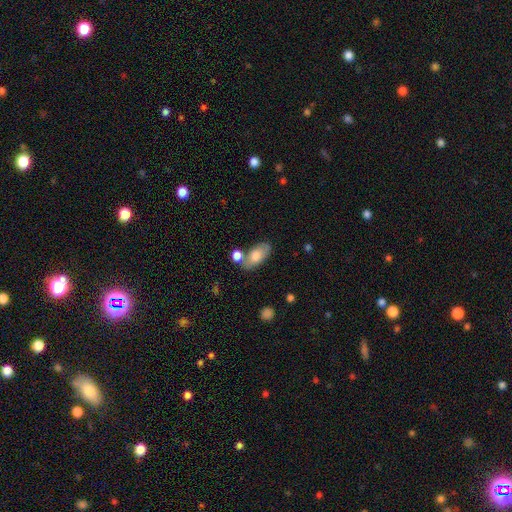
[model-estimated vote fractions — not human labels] The model was most divided on "merging": none: 63%, merger: 16%, minor disturbance: 16%, major disturbance: 5%. More confident: how rounded — in between (90%); smooth or featured — smooth (73%).